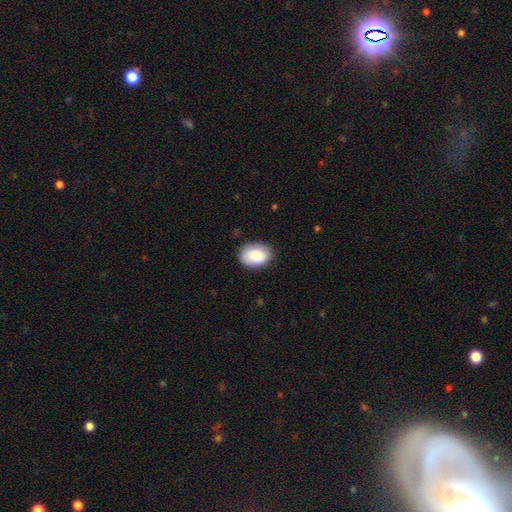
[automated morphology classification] type=smooth (85%); roundness=in between (77%); merging=none (84%).